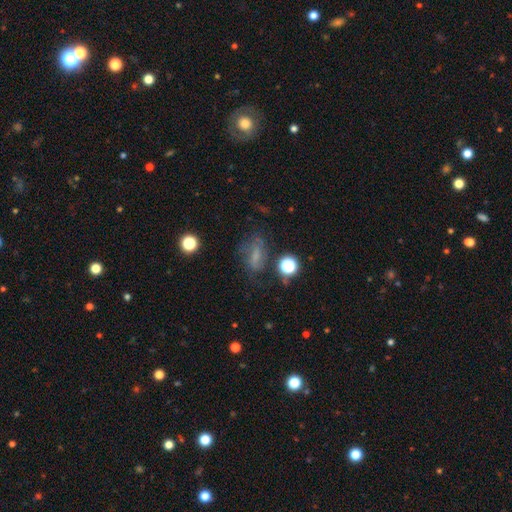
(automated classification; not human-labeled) A smooth galaxy with no disk features (43%). Merging: none (57%).